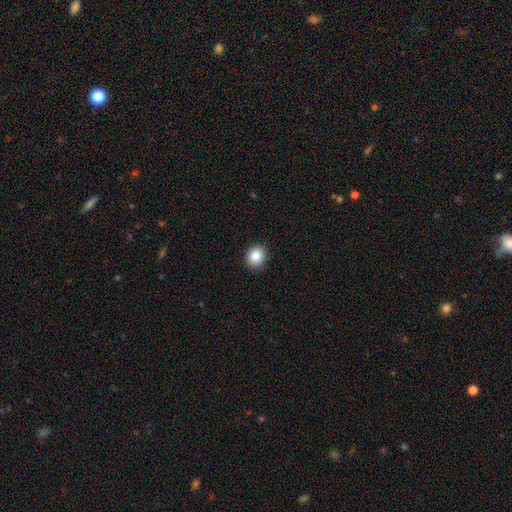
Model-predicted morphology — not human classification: smooth_or_featured: smooth (p=0.85) [alt: star or artifact p=0.09]
how_rounded: round (p=0.79) [alt: in between p=0.20]
merging: none (p=0.91) [alt: minor disturbance p=0.06]